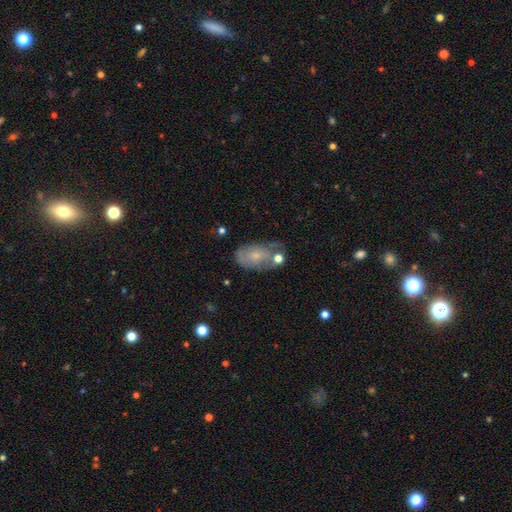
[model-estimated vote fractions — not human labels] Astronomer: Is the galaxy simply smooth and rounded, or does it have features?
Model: smooth — 48% (runner-up: featured or disk, 43%).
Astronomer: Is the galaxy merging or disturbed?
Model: none — 40% (runner-up: minor disturbance, 29%).